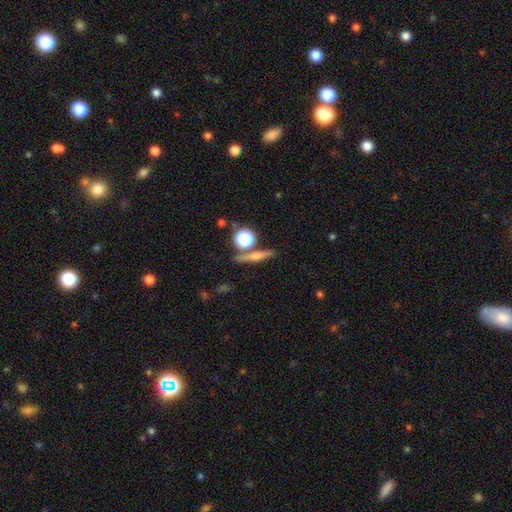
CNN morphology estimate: A featured or disk galaxy (47%).

Vote fractions:
- Smooth or featured? featured or disk: 47% / smooth: 39% / star or artifact: 14%
- Merging? none: 79% / merger: 10% / minor disturbance: 8% / major disturbance: 3%